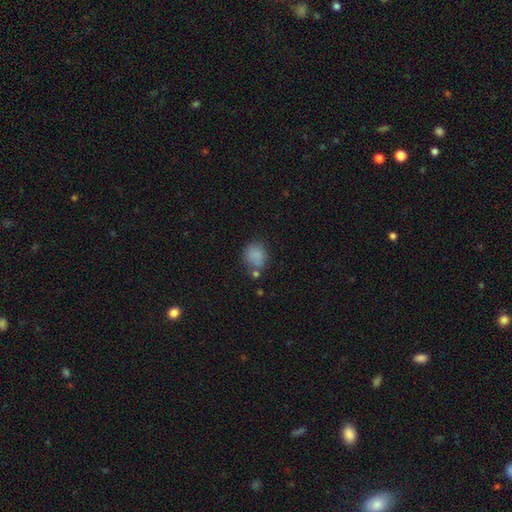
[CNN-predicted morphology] smooth 83%, star or artifact 10%, featured or disk 7%. Down the decision tree: how rounded — round (69%); merging — none (62%).